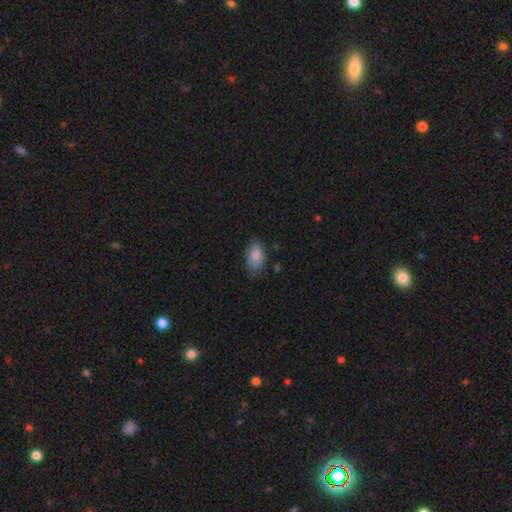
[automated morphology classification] This is clearly a smooth galaxy (86%). How rounded: clearly in between (93%). Merging: likely none (77%).